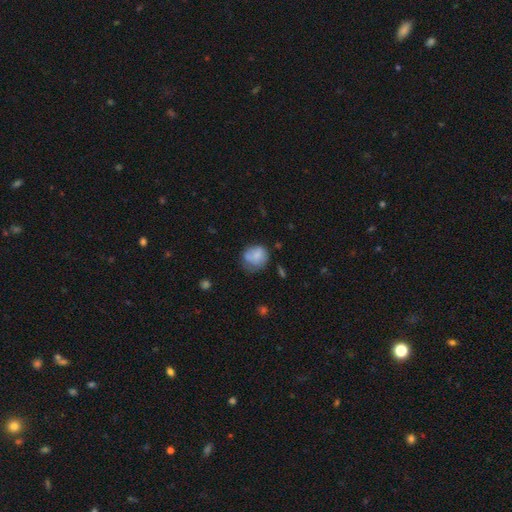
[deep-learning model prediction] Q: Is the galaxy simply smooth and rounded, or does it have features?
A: smooth — 71%.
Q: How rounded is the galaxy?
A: round — 70%.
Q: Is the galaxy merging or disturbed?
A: none — 45%.